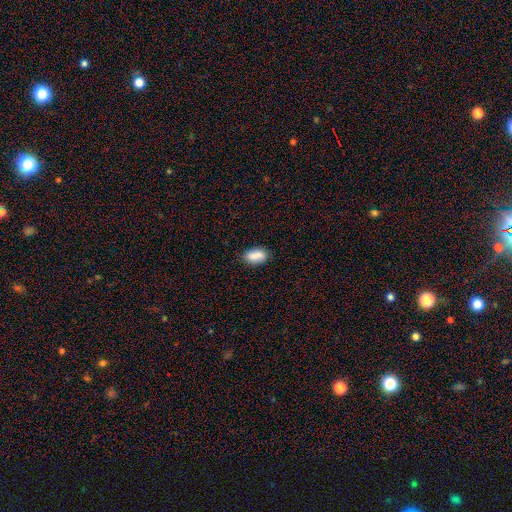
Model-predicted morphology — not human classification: A smooth galaxy with no disk features (87%) that is in between round and cigar-shaped (90%).

Vote fractions:
- Smooth or featured? smooth: 87% / star or artifact: 7% / featured or disk: 5%
- How rounded? in between: 90% / cigar-shaped: 5% / round: 5%
- Merging? none: 83% / minor disturbance: 13% / major disturbance: 2% / merger: 1%